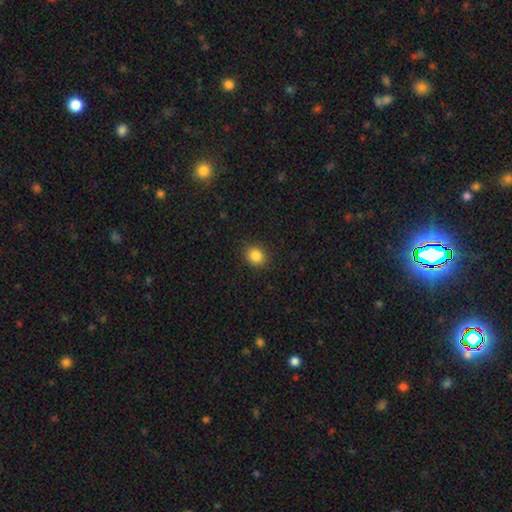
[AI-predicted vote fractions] smooth_or_featured: smooth (p=0.85) [alt: star or artifact p=0.10]
how_rounded: round (p=0.61) [alt: in between p=0.38]
merging: none (p=0.89) [alt: minor disturbance p=0.08]